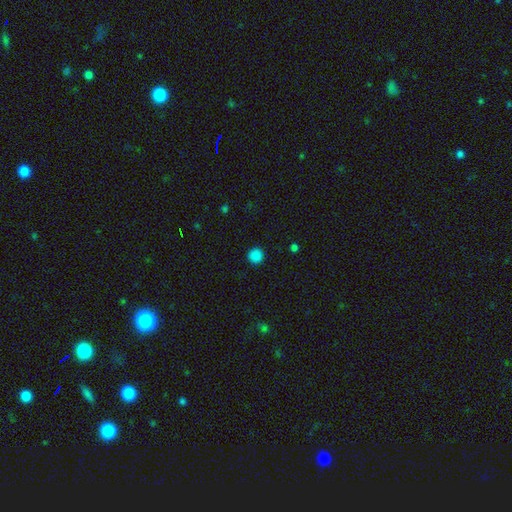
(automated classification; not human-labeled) Morphology: type=smooth (85%); roundness=round (95%); merging=none (92%).